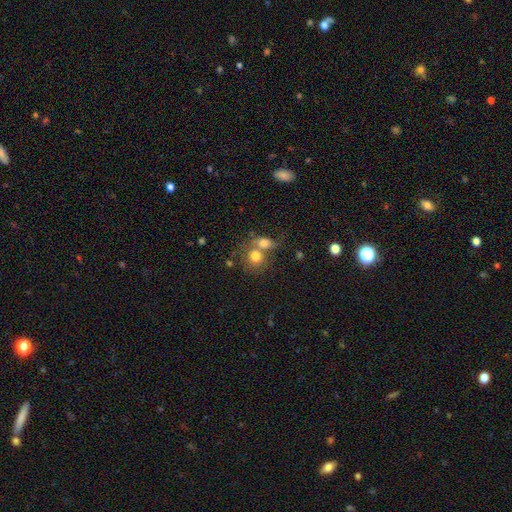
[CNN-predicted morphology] The model was most divided on "merging": merger: 54%, none: 32%, minor disturbance: 8%, major disturbance: 5%. More confident: smooth or featured — smooth (75%); how rounded — round (73%).